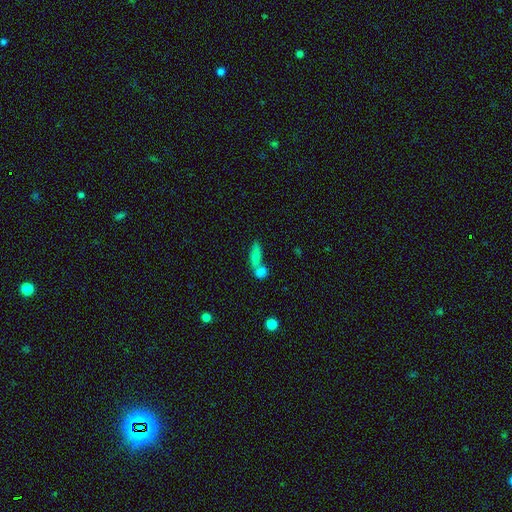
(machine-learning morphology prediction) This is likely a smooth galaxy (73%). How rounded: likely in between (60%). Merging: possibly merger (59%).